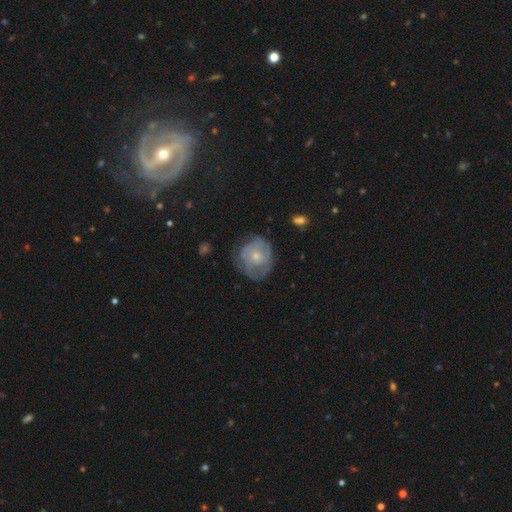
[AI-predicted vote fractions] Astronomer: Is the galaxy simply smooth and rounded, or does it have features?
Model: featured or disk — 61%.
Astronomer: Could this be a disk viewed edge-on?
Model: no — 97%.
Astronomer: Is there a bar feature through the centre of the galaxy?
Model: no — 82%.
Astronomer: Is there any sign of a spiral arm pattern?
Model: yes — 68%.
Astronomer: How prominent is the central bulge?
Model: small — 48% (runner-up: moderate, 44%).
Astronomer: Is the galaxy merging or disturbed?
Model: none — 60%.